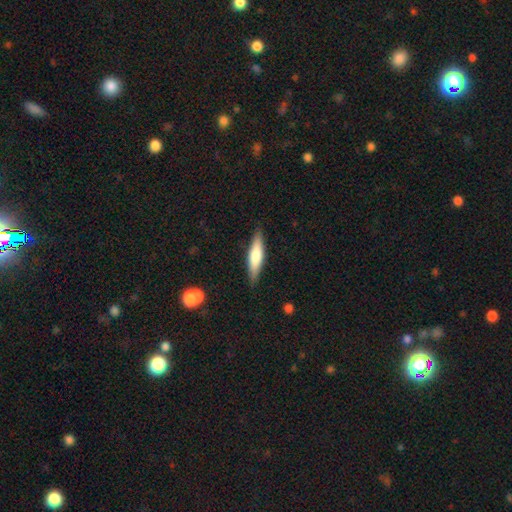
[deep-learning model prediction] Overall: smooth (65%; featured or disk 29%). How rounded: cigar-shaped (75%). Merging: none (87%).